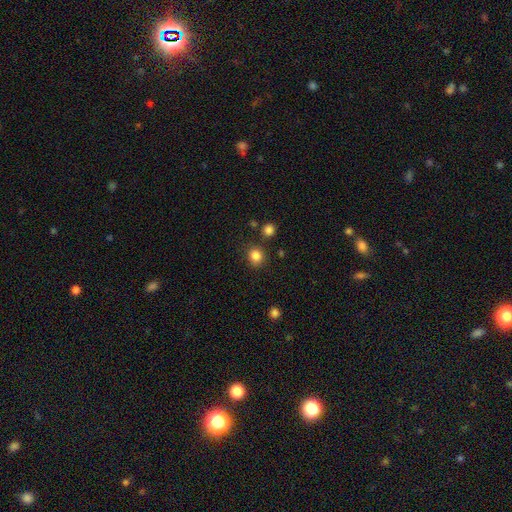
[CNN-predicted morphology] smooth_or_featured: smooth (p=0.84) [alt: star or artifact p=0.12]
how_rounded: round (p=0.85) [alt: in between p=0.14]
merging: none (p=0.85) [alt: minor disturbance p=0.09]